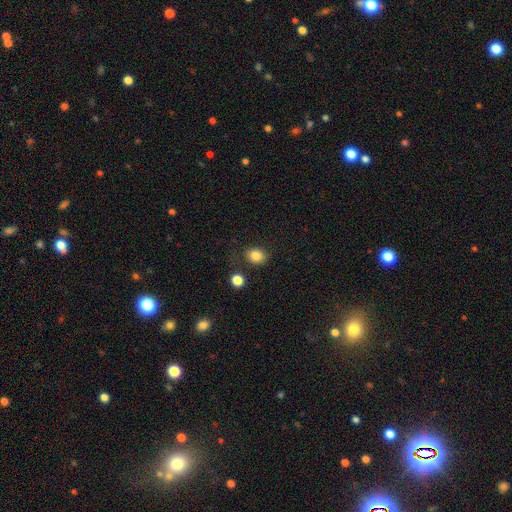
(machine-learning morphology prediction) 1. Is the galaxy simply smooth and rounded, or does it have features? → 83% smooth, 11% star or artifact, 6% featured or disk.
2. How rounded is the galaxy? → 63% round, 36% in between, 1% cigar-shaped.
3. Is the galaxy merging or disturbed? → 78% none, 13% minor disturbance, 5% merger, 4% major disturbance.